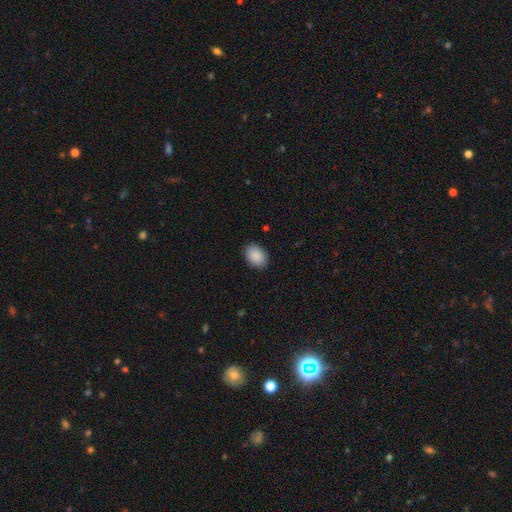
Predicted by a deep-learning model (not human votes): smooth_or_featured: smooth (p=0.90) [alt: star or artifact p=0.07]
how_rounded: in between (p=0.81) [alt: round p=0.18]
merging: none (p=0.89) [alt: minor disturbance p=0.08]